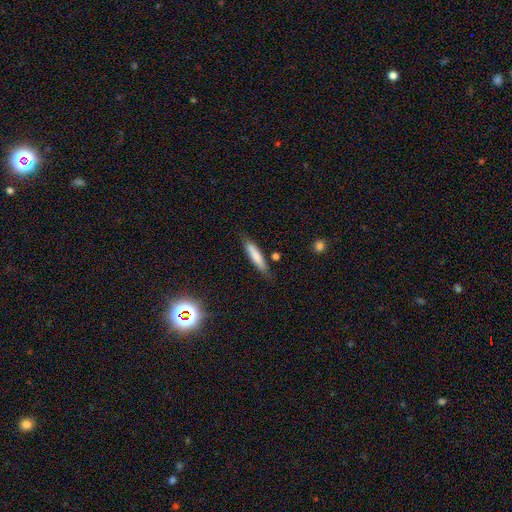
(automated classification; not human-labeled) smooth 75%, featured or disk 18%, star or artifact 7%. Down the decision tree: how rounded — cigar-shaped (85%); merging — none (79%).